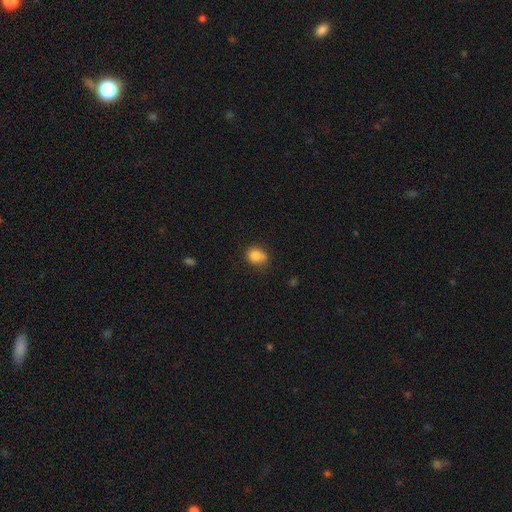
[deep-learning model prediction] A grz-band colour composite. It shows a smooth galaxy with no disk features (81%) that is round (62%). Merging: none (53%).